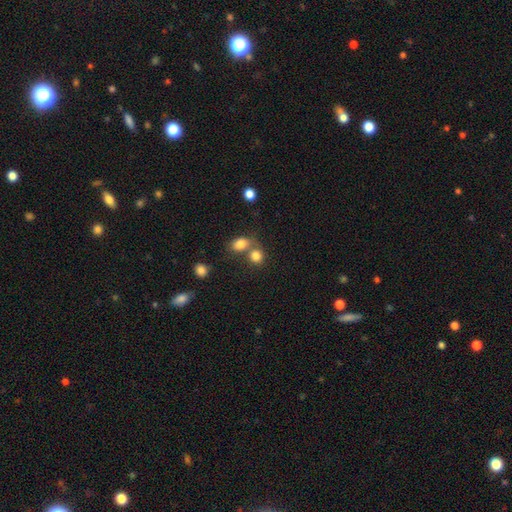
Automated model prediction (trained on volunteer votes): smooth_or_featured: smooth (p=0.81) [alt: star or artifact p=0.11]
how_rounded: round (p=0.66) [alt: in between p=0.33]
merging: merger (p=0.44) [tied with: none p=0.44]